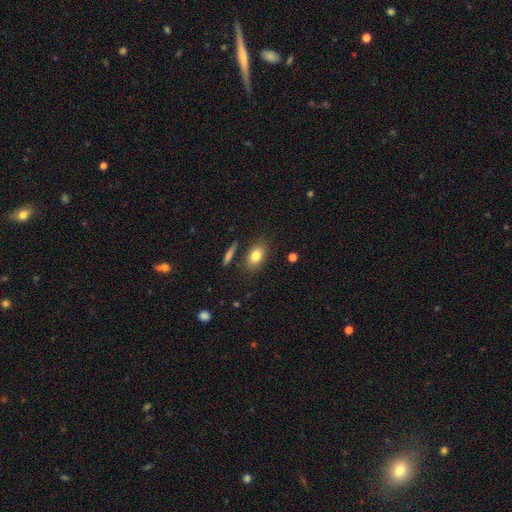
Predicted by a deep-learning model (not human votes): Smooth or featured? smooth (80%)
How rounded? in between (81%)
Merging? none (79%)